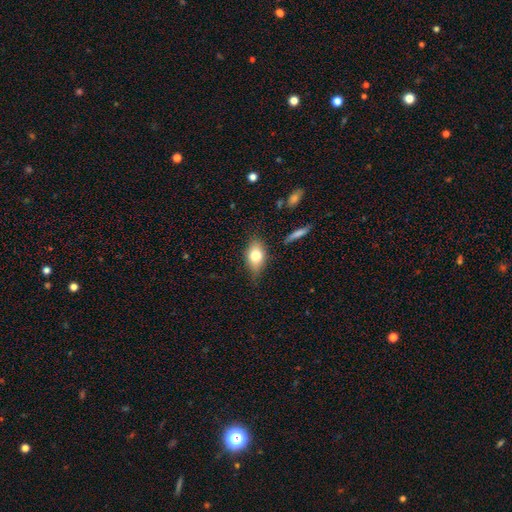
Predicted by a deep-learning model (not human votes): Smooth or featured? smooth (74%)
How rounded? in between (83%)
Merging? none (70%)